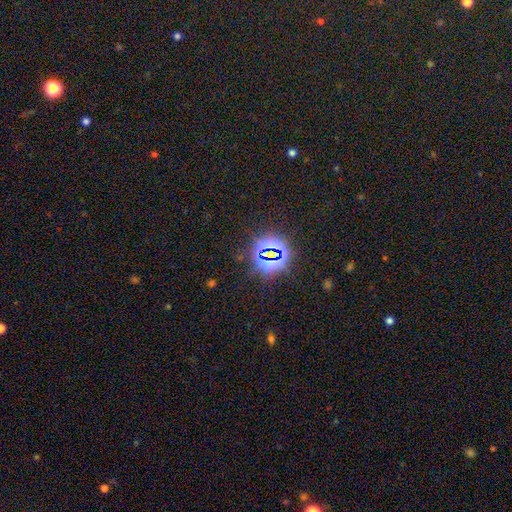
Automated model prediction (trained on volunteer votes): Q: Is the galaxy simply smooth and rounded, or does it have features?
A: star or artifact — 79%.